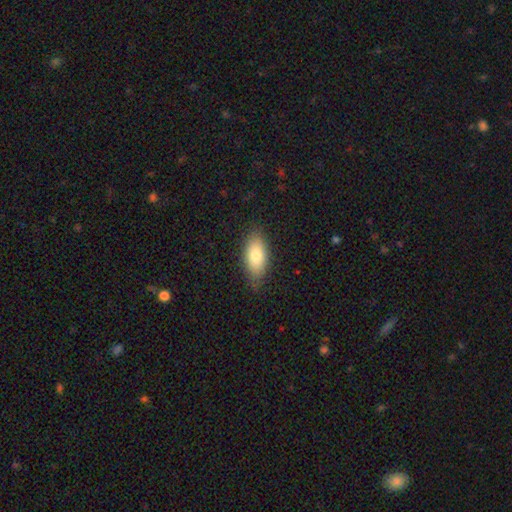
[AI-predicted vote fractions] This appears to be a smooth galaxy with no disk features (80%) that is in between round and cigar-shaped (87%). Merging: none (79%).